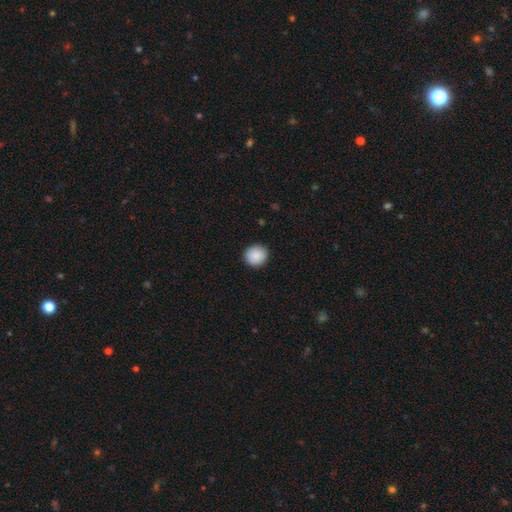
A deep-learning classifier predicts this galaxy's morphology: smooth 90%, star or artifact 7%, featured or disk 3%. Down the decision tree: how rounded — round (91%); merging — none (91%).